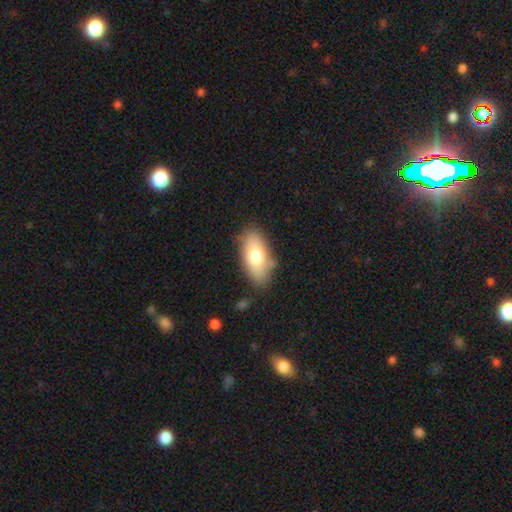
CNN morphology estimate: smooth 71%, featured or disk 21%, star or artifact 7%. Down the decision tree: how rounded — in between (88%); merging — none (75%).